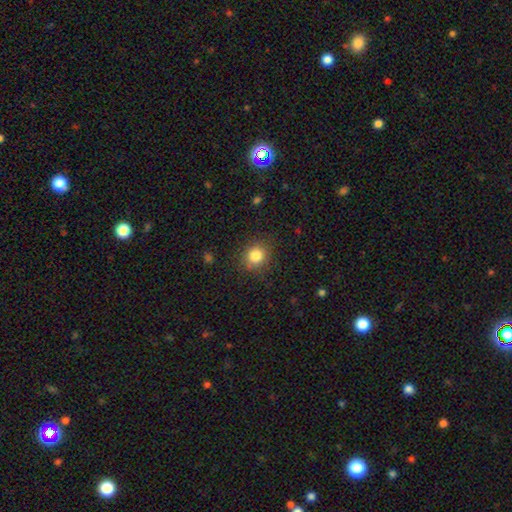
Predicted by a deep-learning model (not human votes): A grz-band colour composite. It shows a smooth galaxy with no disk features (83%) that is round (78%). Merging: none (85%).